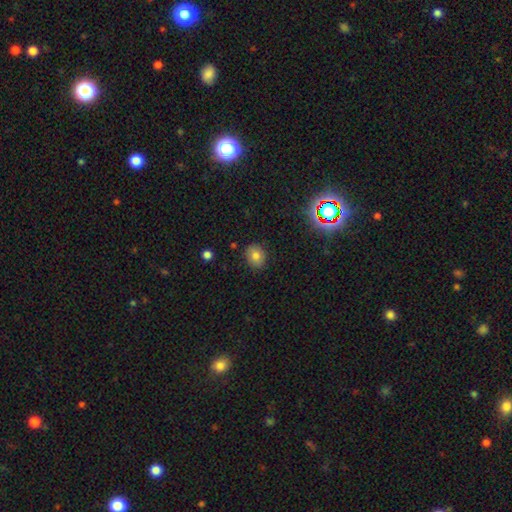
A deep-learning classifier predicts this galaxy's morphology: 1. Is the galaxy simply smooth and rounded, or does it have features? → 78% smooth, 13% star or artifact, 9% featured or disk.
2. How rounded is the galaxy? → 60% round, 39% in between, 1% cigar-shaped.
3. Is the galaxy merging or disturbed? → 86% none, 10% minor disturbance, 2% major disturbance, 2% merger.